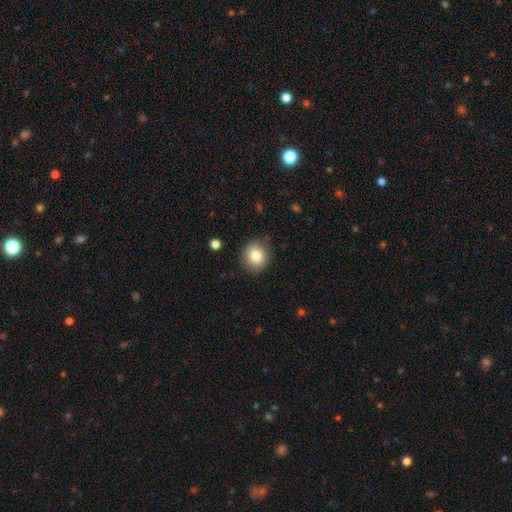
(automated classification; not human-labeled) Q: Smooth or featured?
A: smooth (83%); runner-up: star or artifact (9%)
Q: How rounded?
A: round (89%); runner-up: in between (10%)
Q: Merging?
A: none (89%); runner-up: minor disturbance (8%)